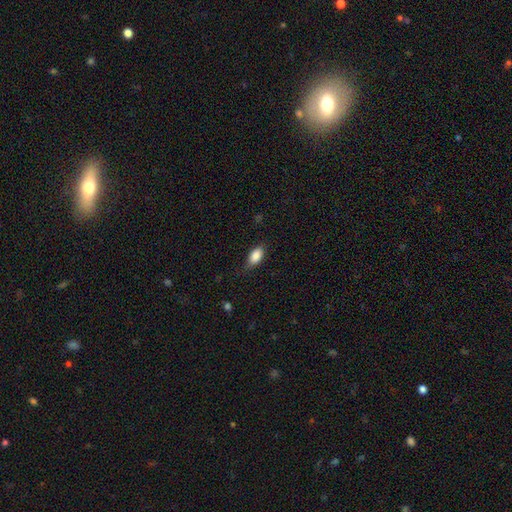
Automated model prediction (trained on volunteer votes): Smooth or featured: smooth — 86% (star or artifact — 7%)
How rounded: in between — 90% (cigar-shaped — 6%)
Merging: none — 74% (minor disturbance — 20%)